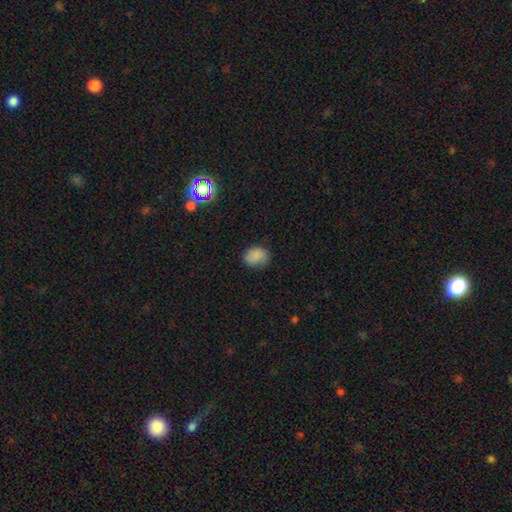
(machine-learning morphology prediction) type=smooth (83%); roundness=in between (58%); merging=none (74%).